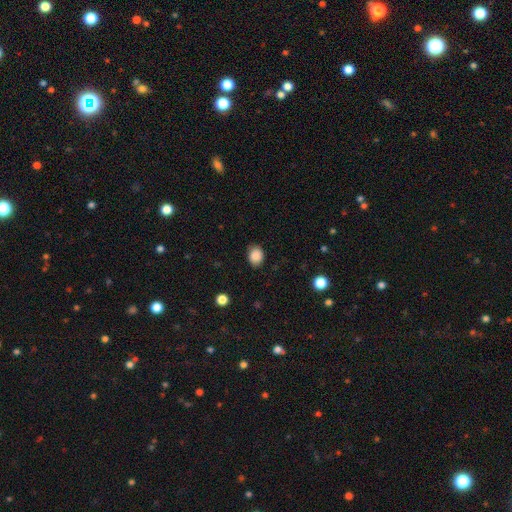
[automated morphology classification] Smooth or featured? Predicted: smooth (p=0.88). How rounded? Predicted: in between (p=0.55). Merging? Predicted: none (p=0.83).